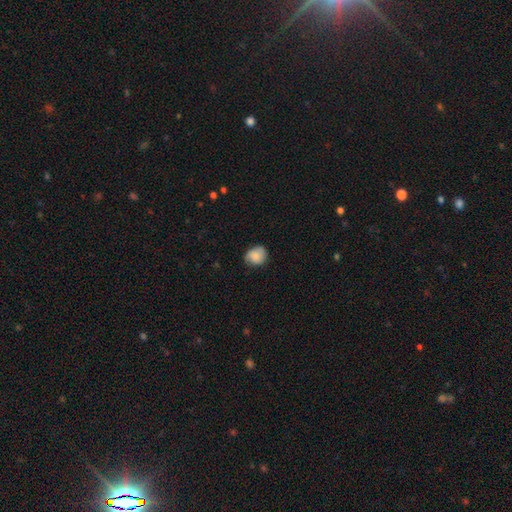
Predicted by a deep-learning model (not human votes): A smooth galaxy with no disk features (79%) that is round (67%).

Vote fractions:
- Smooth or featured? smooth: 79% / featured or disk: 13% / star or artifact: 8%
- How rounded? round: 67% / in between: 32% / cigar-shaped: 1%
- Merging? none: 70% / minor disturbance: 24% / major disturbance: 5% / merger: 1%